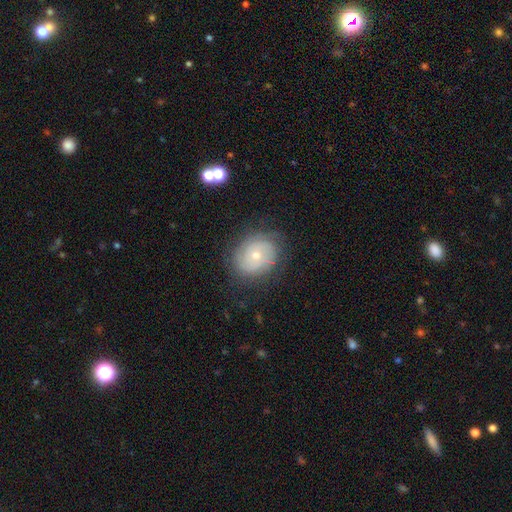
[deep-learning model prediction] smooth-or-featured: featured or disk: 56% | smooth: 35% | star or artifact: 9%
  disk-edge-on: no: 97% | yes: 3%
    bar: no: 81% | weak: 16% | strong: 3%
    has-spiral-arms: yes: 75% | no: 25%
    bulge-size: small: 58% | moderate: 38% | large: 2% | none: 1% | dominant: 1%
  merging: none: 76% | minor disturbance: 16% | major disturbance: 6% | merger: 1%